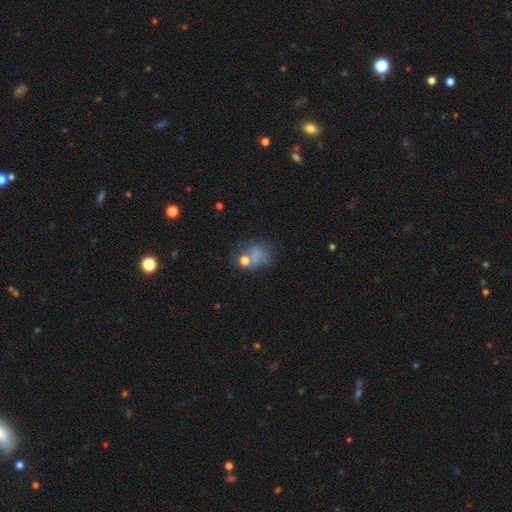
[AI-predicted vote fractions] Q: Smooth or featured?
A: smooth (58%); runner-up: featured or disk (25%)
Q: How rounded?
A: in between (51%); runner-up: round (47%)
Q: Merging?
A: none (33%); runner-up: major disturbance (28%)